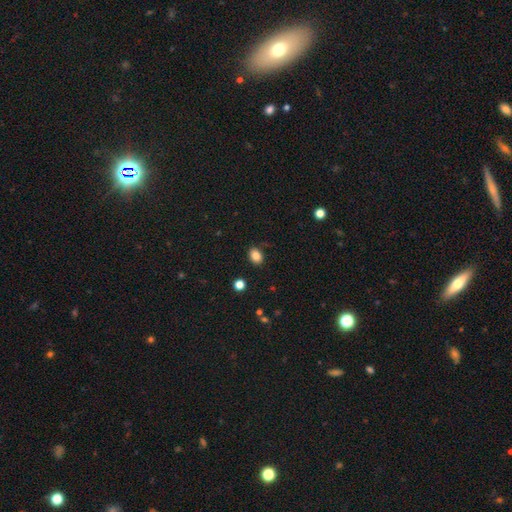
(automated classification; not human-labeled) A smooth galaxy with no disk features (83%) that is in between round and cigar-shaped (69%).

Vote fractions:
- Smooth or featured? smooth: 83% / star or artifact: 10% / featured or disk: 6%
- How rounded? in between: 69% / round: 30% / cigar-shaped: 1%
- Merging? none: 84% / minor disturbance: 11% / major disturbance: 3% / merger: 2%